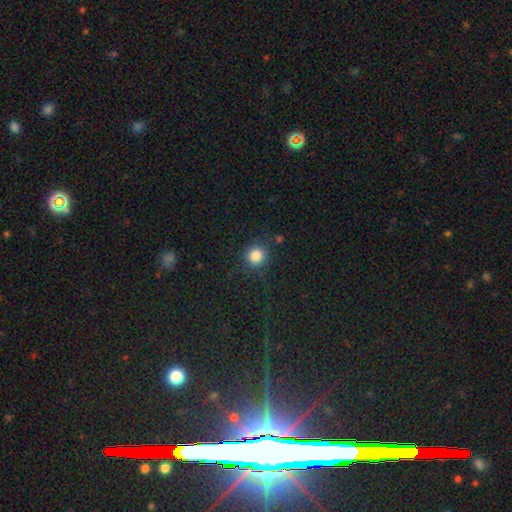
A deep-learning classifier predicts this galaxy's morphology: This appears to be a smooth galaxy with no disk features (85%) that is round (90%). Merging: none (85%).